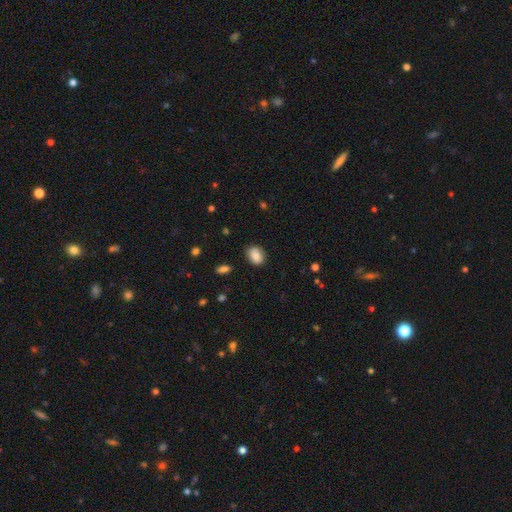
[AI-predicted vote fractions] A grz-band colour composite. It shows a smooth galaxy with no disk features (86%) that is in between round and cigar-shaped (67%). Merging: none (85%).